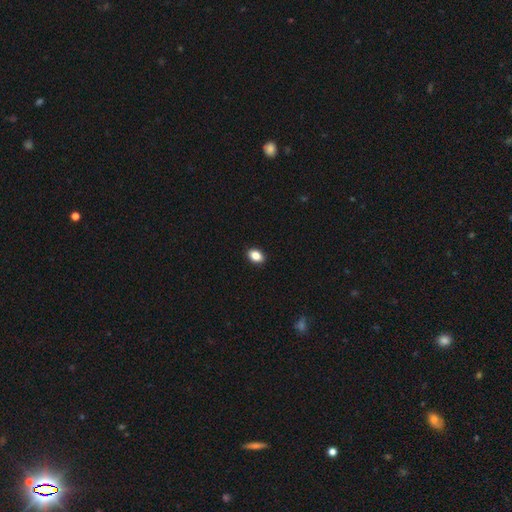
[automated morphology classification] A smooth galaxy with no disk features (86%) that is in between round and cigar-shaped (79%). Merging: none (91%).